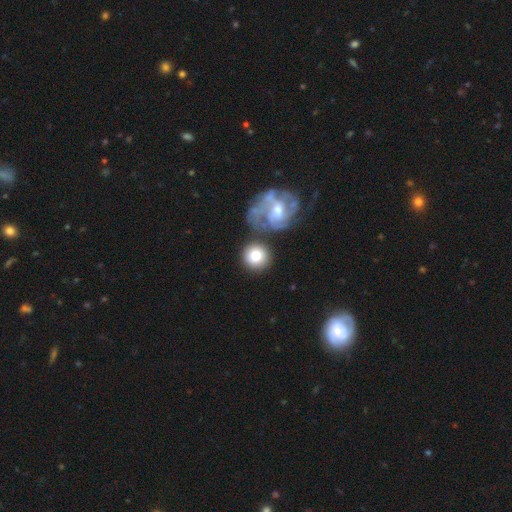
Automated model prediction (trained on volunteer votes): Smooth or featured? smooth (72%)
How rounded? round (90%)
Merging? none (66%)